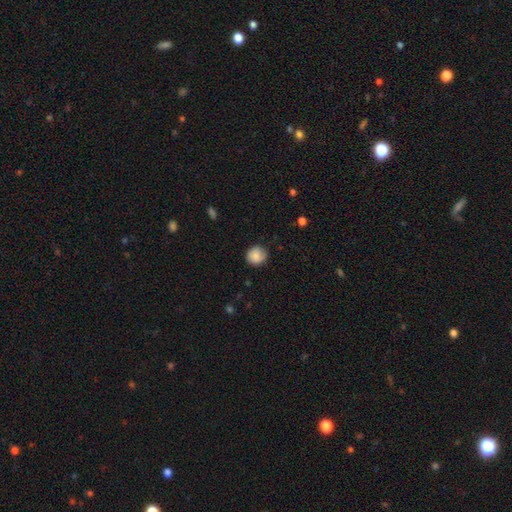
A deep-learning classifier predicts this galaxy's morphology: smooth-or-featured: smooth: 85% | star or artifact: 8% | featured or disk: 8%
  how-rounded: round: 89% | in between: 10% | cigar-shaped: 1%
  merging: none: 83% | minor disturbance: 14% | major disturbance: 3% | merger: 1%